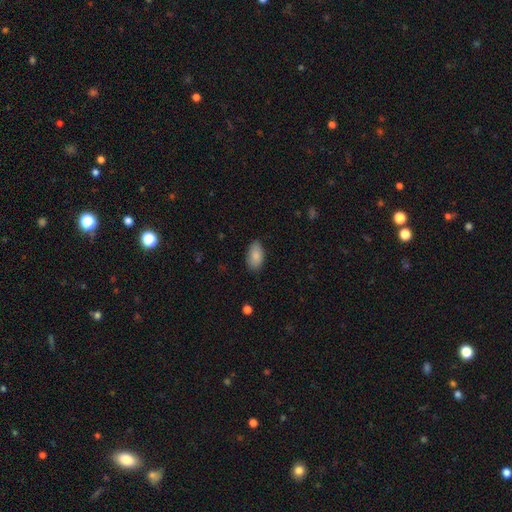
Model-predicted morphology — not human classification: smooth-or-featured: smooth: 87% | star or artifact: 7% | featured or disk: 6%
  how-rounded: in between: 94% | round: 4% | cigar-shaped: 2%
  merging: none: 79% | minor disturbance: 17% | major disturbance: 3% | merger: 1%